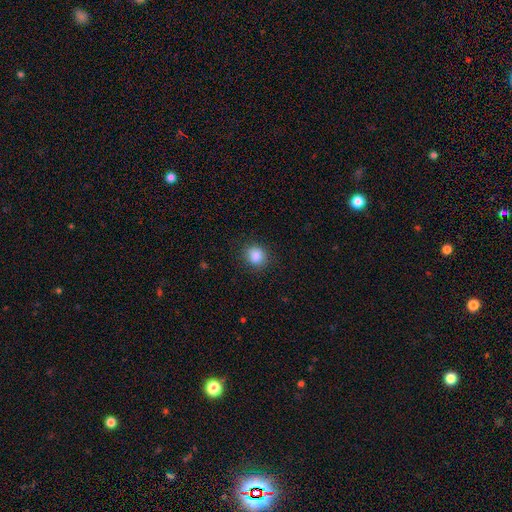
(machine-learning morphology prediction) A smooth galaxy with no disk features (86%) that is round (79%).

Vote fractions:
- Smooth or featured? smooth: 86% / star or artifact: 10% / featured or disk: 4%
- How rounded? round: 79% / in between: 20% / cigar-shaped: 1%
- Merging? none: 85% / minor disturbance: 11% / major disturbance: 3% / merger: 1%